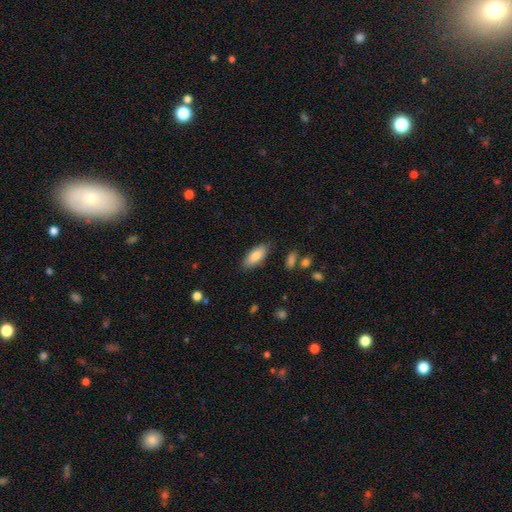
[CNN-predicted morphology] Smooth or featured? smooth (83%)
How rounded? in between (81%)
Merging? none (84%)